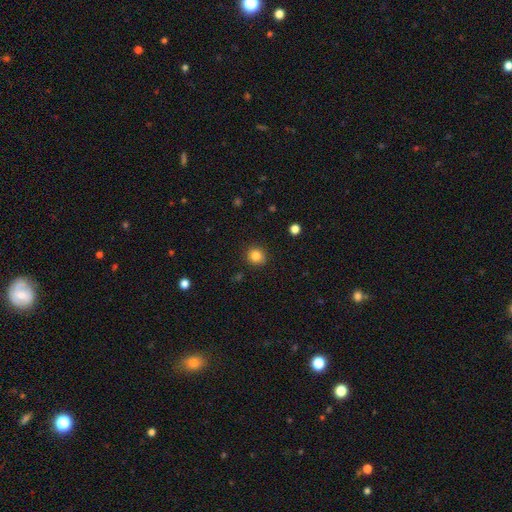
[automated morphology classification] Smooth or featured?
  - smooth: 84% *
  - star or artifact: 11%
  - featured or disk: 5%
How rounded?
  - round: 91% *
  - in between: 8%
  - cigar-shaped: 1%
Merging?
  - none: 90% *
  - minor disturbance: 7%
  - major disturbance: 2%
  - merger: 1%